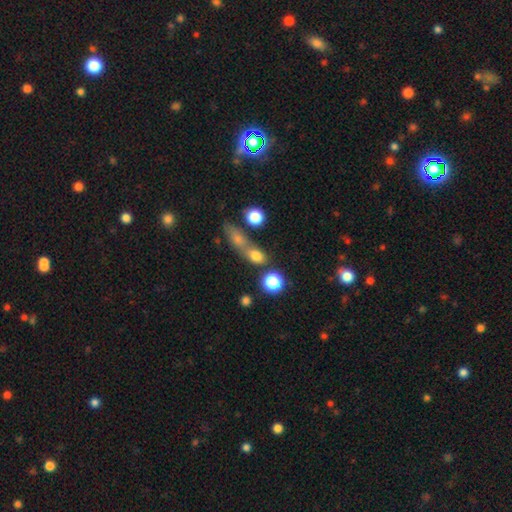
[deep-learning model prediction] Q: Smooth or featured?
A: smooth (73%); runner-up: star or artifact (14%)
Q: How rounded?
A: round (46%); runner-up: in between (41%)
Q: Merging?
A: none (42%); runner-up: merger (41%)